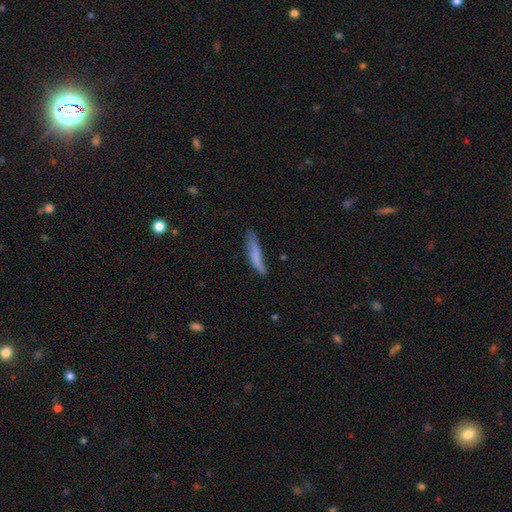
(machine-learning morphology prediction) A smooth galaxy with no disk features (71%) that is cigar-shaped (83%). Merging: none (57%).